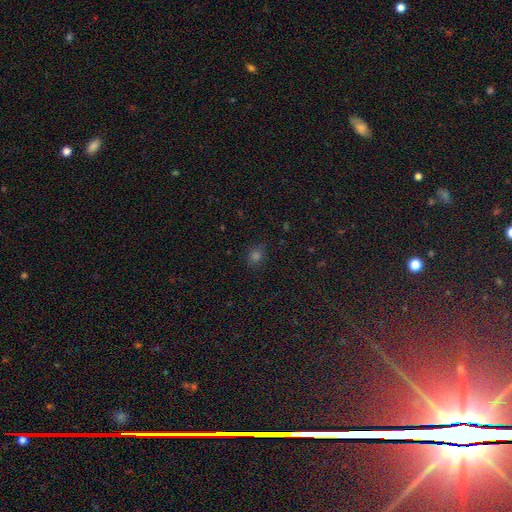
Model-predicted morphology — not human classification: Overall: smooth (71%). How rounded: round (63%; in between 36%). Merging: none (82%).